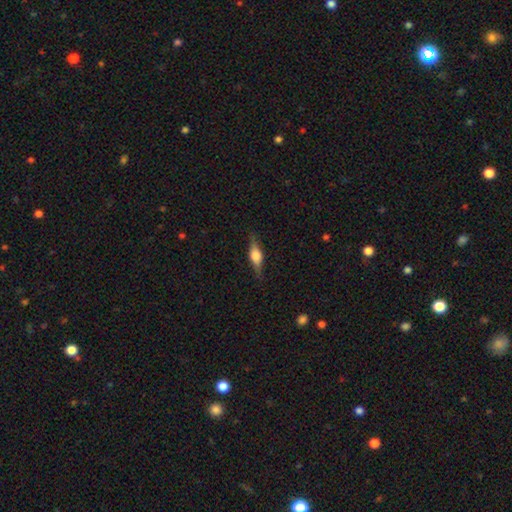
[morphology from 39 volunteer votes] A featured or disk galaxy (54%) viewed edge-on (100%) with a rounded central bulge (95%). Merging: none (92%).